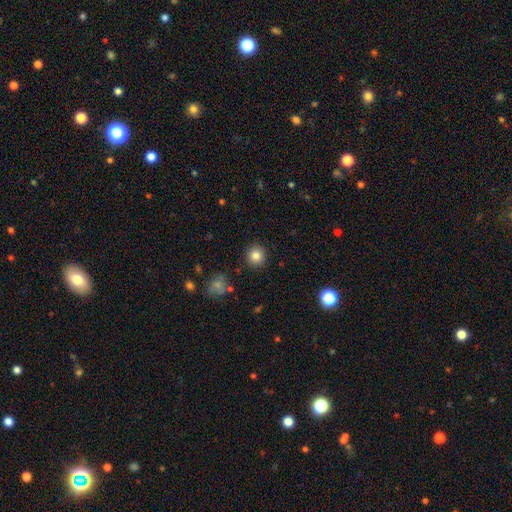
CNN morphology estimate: smooth 84%, star or artifact 11%, featured or disk 6%. Down the decision tree: how rounded — round (93%); merging — none (91%).